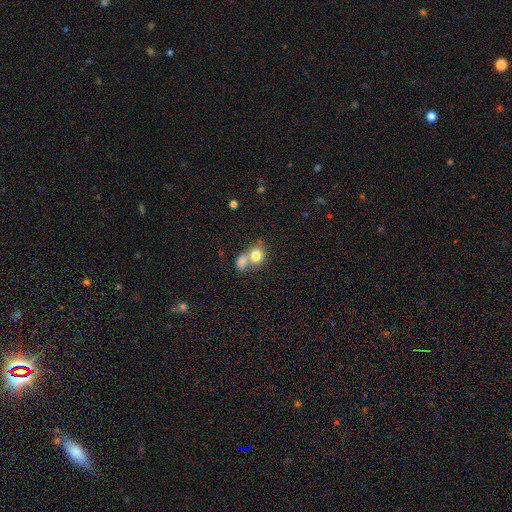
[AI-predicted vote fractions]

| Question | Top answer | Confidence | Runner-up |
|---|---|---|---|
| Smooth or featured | smooth | 79% | featured or disk (12%) |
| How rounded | round | 67% | in between (32%) |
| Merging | merger | 58% | none (30%) |